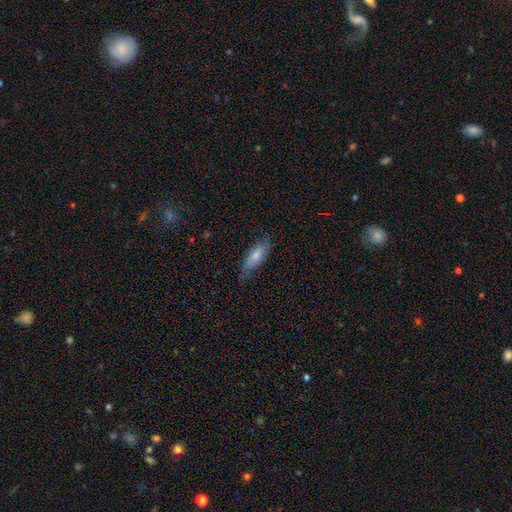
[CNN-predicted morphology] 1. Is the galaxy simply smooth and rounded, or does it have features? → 70% smooth, 24% featured or disk, 6% star or artifact.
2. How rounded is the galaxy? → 64% in between, 34% cigar-shaped, 2% round.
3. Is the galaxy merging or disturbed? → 70% none, 23% minor disturbance, 6% major disturbance, 1% merger.